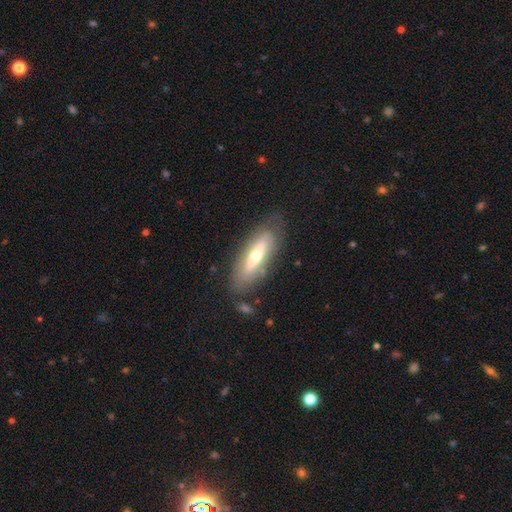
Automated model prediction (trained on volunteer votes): smooth-or-featured: featured or disk: 53% | smooth: 40% | star or artifact: 7%
  disk-edge-on: no: 52% | yes: 48%
  merging: none: 76% | minor disturbance: 16% | major disturbance: 5% | merger: 3%